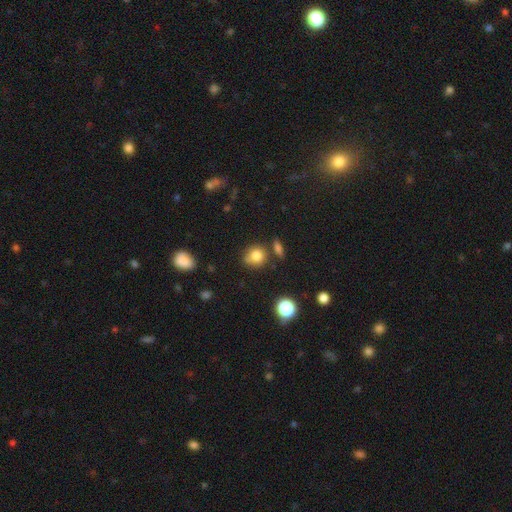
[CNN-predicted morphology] A smooth galaxy with no disk features (80%) that is round (79%).

Vote fractions:
- Smooth or featured? smooth: 80% / star or artifact: 12% / featured or disk: 8%
- How rounded? round: 79% / in between: 20% / cigar-shaped: 1%
- Merging? none: 64% / minor disturbance: 19% / merger: 12% / major disturbance: 5%